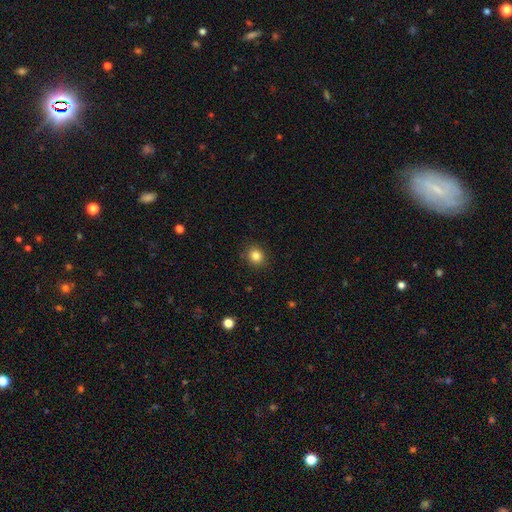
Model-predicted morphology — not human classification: Smooth or featured: smooth — 85% (star or artifact — 11%)
How rounded: round — 78% (in between — 21%)
Merging: none — 89% (minor disturbance — 8%)